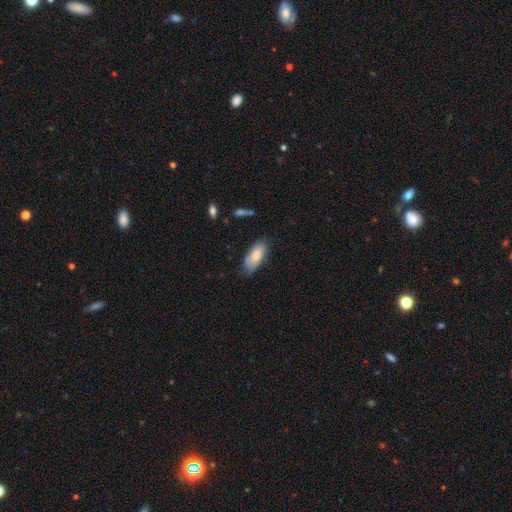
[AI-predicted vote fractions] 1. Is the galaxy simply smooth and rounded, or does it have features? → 78% smooth, 16% featured or disk, 6% star or artifact.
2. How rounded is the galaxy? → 83% in between, 15% cigar-shaped, 2% round.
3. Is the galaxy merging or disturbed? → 64% none, 28% minor disturbance, 5% major disturbance, 2% merger.